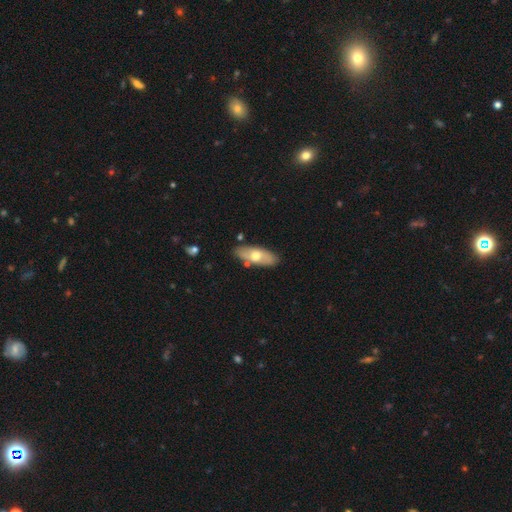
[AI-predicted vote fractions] Smooth or featured?
  - smooth: 57% *
  - featured or disk: 38%
  - star or artifact: 5%
How rounded?
  - in between: 80% *
  - cigar-shaped: 17%
  - round: 3%
Merging?
  - none: 82% *
  - minor disturbance: 11%
  - merger: 4%
  - major disturbance: 2%